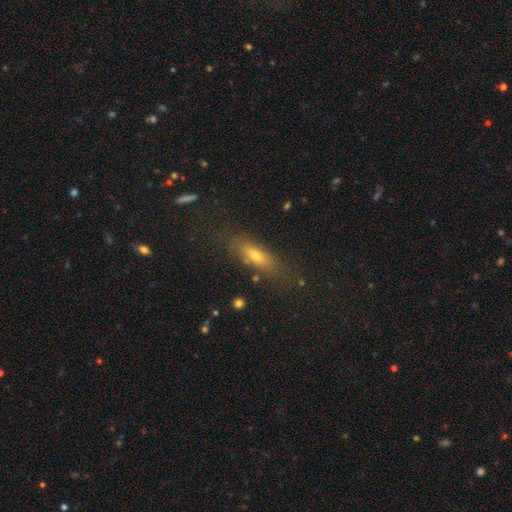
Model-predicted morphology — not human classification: A smooth galaxy with no disk features (64%) that is in between round and cigar-shaped (51%). Merging: none (78%).